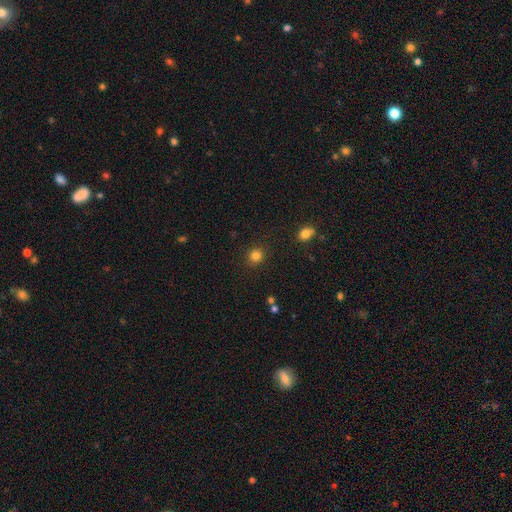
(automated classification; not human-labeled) Smooth or featured?
  - smooth: 83% *
  - star or artifact: 13%
  - featured or disk: 4%
How rounded?
  - round: 87% *
  - in between: 12%
  - cigar-shaped: 1%
Merging?
  - none: 90% *
  - minor disturbance: 6%
  - major disturbance: 2%
  - merger: 2%